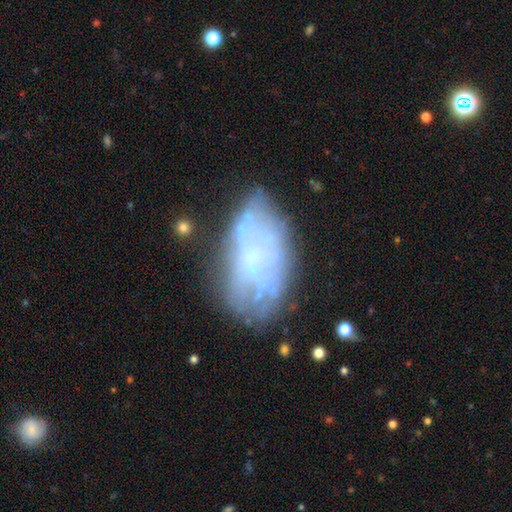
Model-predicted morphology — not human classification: This is possibly a featured or disk galaxy (57%). It is clearly not viewed edge-on (95%). Bar: clearly no (87%). Spiral arm pattern: clearly no (83%). Central bulge: possibly none (58%). Merging: possibly none (56%).